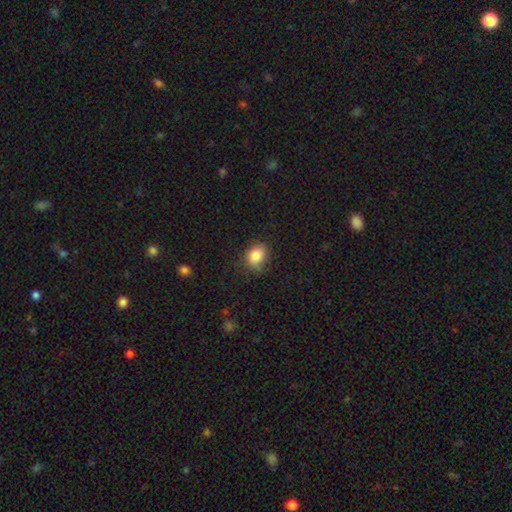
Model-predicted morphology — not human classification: Smooth or featured: smooth — 84% (star or artifact — 10%)
How rounded: in between — 54% (round — 45%)
Merging: none — 76% (minor disturbance — 18%)